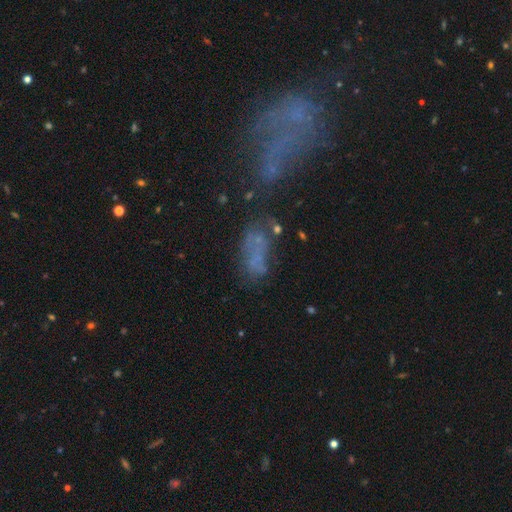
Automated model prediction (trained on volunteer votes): smooth_or_featured: smooth (p=0.39) [alt: featured or disk p=0.38]
merging: none (p=0.32) [alt: major disturbance p=0.27]